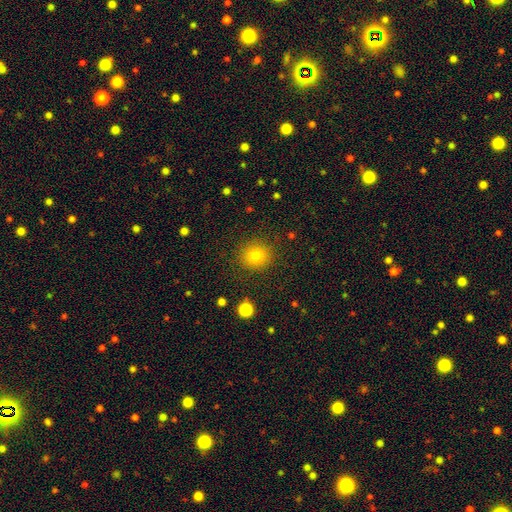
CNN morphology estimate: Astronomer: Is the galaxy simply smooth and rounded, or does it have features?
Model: smooth — 81%.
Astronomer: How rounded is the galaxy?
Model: round — 89%.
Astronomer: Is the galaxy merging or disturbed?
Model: none — 88%.